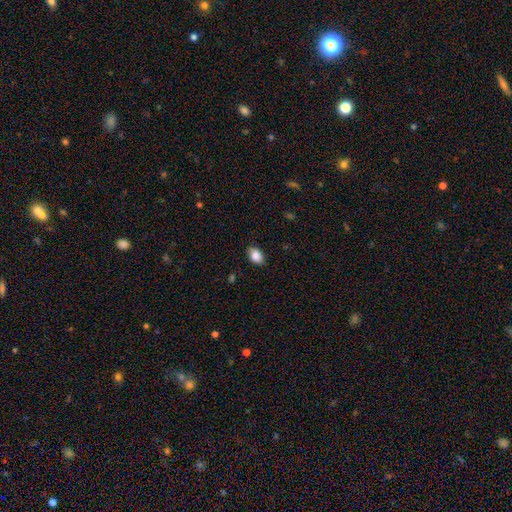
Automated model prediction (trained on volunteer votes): Smooth or featured: smooth — 86% (star or artifact — 8%)
How rounded: in between — 88% (round — 11%)
Merging: none — 86% (minor disturbance — 11%)